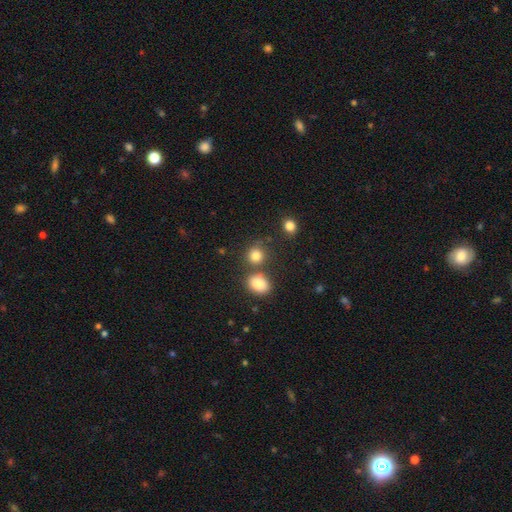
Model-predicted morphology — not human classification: Overall: smooth (83%). How rounded: round (81%). Merging: none (67%).